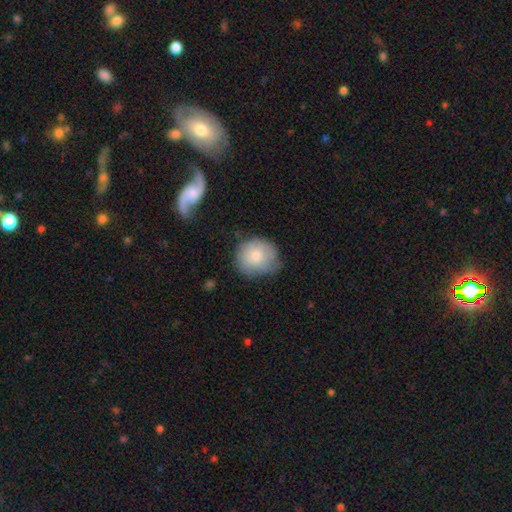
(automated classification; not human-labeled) Smooth or featured? smooth (74%)
How rounded? round (79%)
Merging? none (57%)